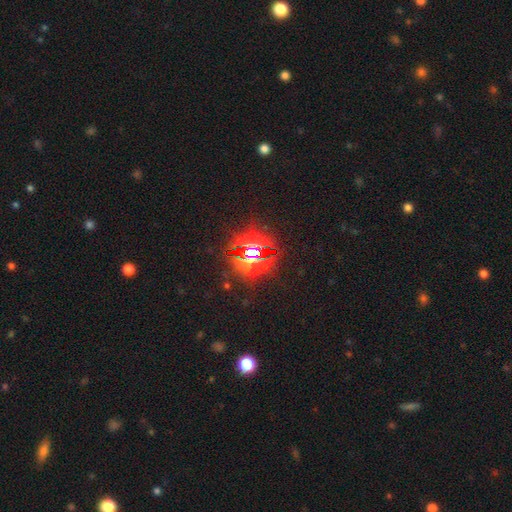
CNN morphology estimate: Smooth or featured?
  - star or artifact: 79% *
  - smooth: 13%
  - featured or disk: 9%